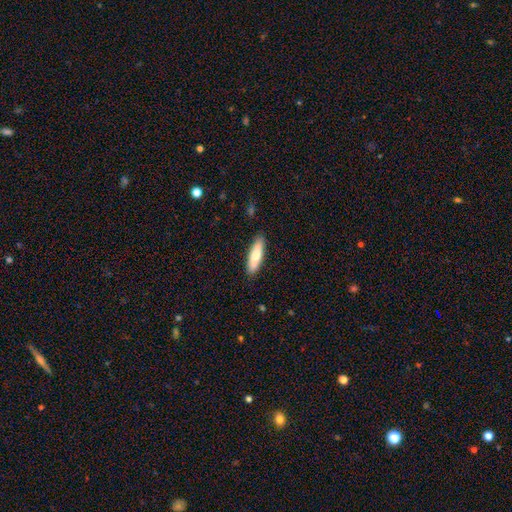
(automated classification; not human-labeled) This is likely a smooth galaxy (75%). How rounded: likely cigar-shaped (67%). Merging: clearly none (88%).